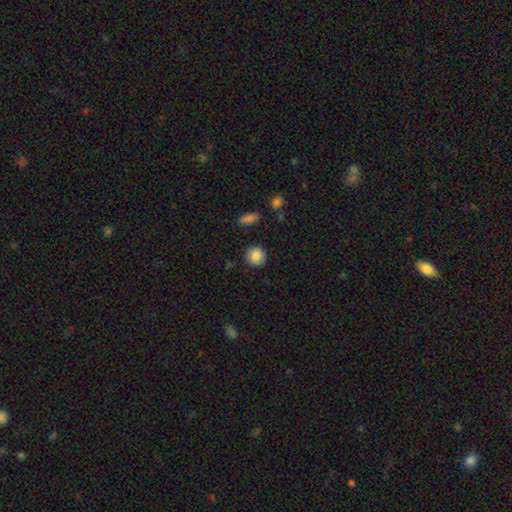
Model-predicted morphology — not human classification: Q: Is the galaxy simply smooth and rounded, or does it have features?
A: smooth — 86%.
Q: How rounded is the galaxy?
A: round — 91%.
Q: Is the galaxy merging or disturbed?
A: none — 89%.